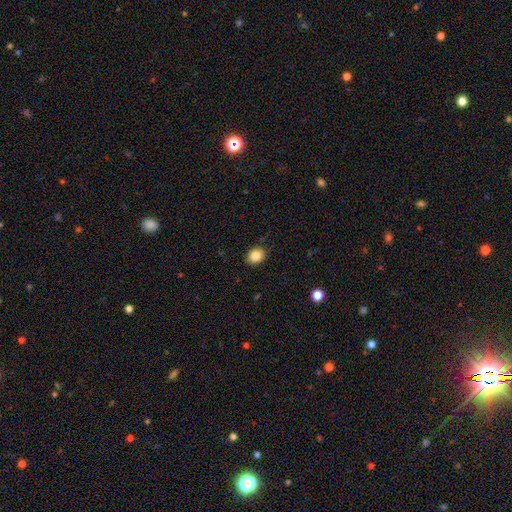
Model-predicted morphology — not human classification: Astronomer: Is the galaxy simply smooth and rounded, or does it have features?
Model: smooth — 86%.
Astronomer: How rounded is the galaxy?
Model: round — 58% (runner-up: in between, 41%).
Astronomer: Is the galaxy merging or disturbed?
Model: none — 89%.